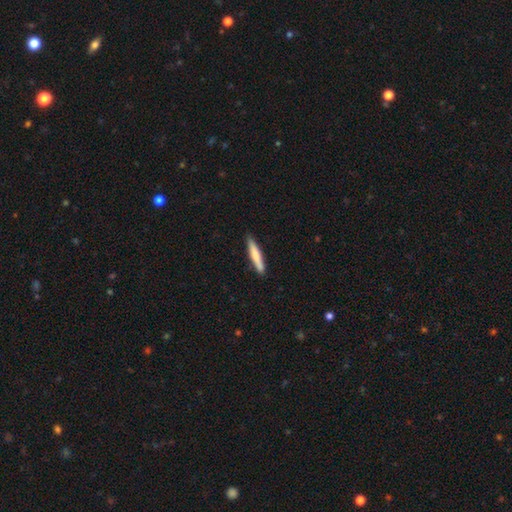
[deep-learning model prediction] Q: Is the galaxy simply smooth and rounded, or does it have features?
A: smooth — 72%.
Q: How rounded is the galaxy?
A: cigar-shaped — 90%.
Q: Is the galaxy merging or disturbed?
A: none — 87%.